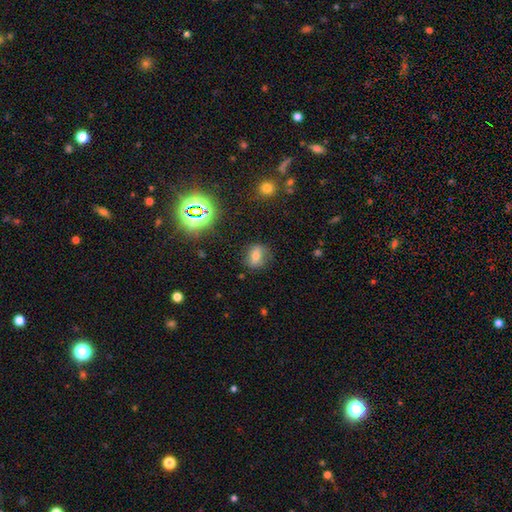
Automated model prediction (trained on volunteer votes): This is possibly a smooth galaxy (60%). How rounded: possibly in between (55%). Merging: likely none (74%).